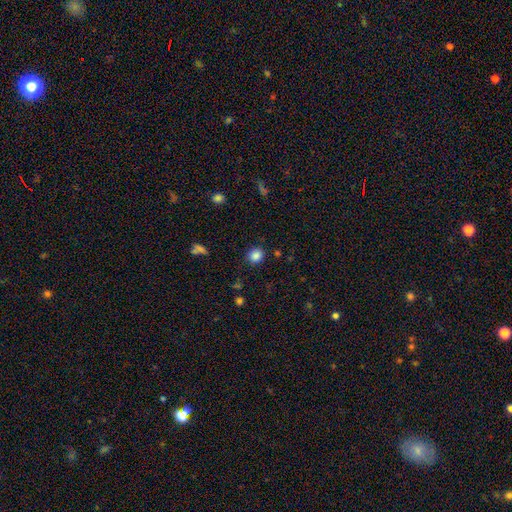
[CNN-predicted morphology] type=smooth (85%); roundness=round (81%); merging=none (87%).